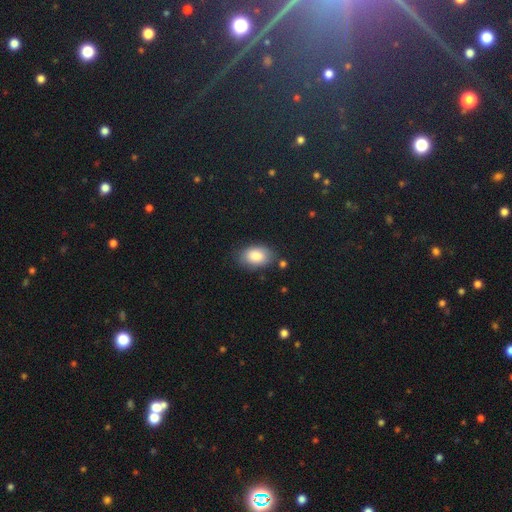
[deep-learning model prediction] A smooth galaxy with no disk features (86%) that is in between round and cigar-shaped (89%). Merging: none (78%).